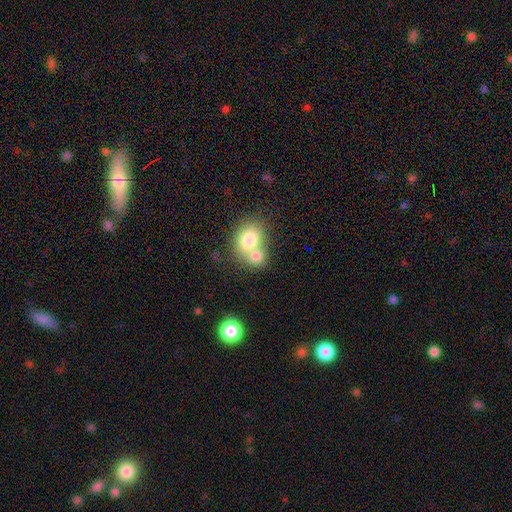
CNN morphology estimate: smooth 75%, featured or disk 16%, star or artifact 9%. Down the decision tree: how rounded — round (59%); merging — merger (63%).